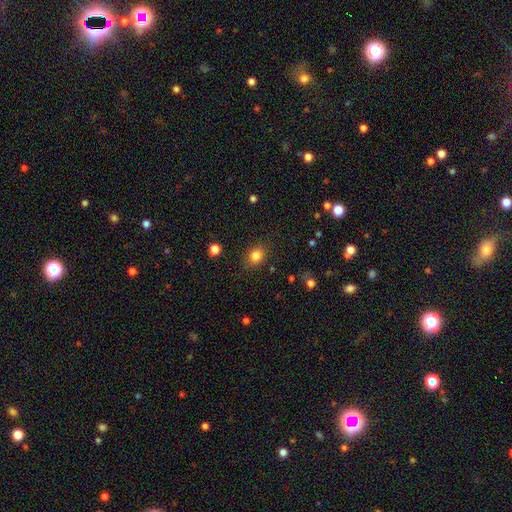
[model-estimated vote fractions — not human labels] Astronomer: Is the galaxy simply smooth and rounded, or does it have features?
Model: smooth — 83%.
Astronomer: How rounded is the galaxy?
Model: round — 50% (runner-up: in between, 49%).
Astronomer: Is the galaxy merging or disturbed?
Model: none — 82%.